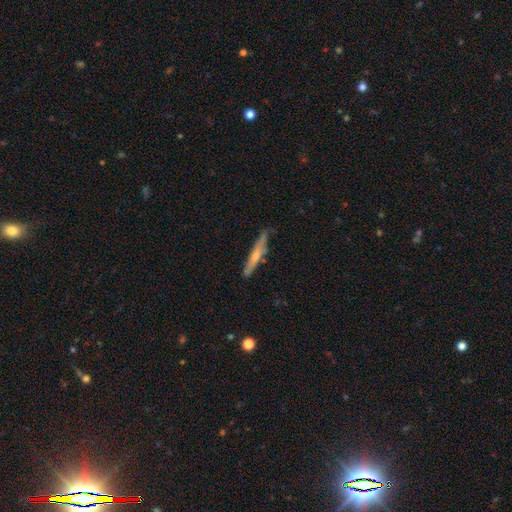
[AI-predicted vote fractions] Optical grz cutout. It shows a featured or disk galaxy (53%) viewed edge-on (91%). Merging: none (79%).